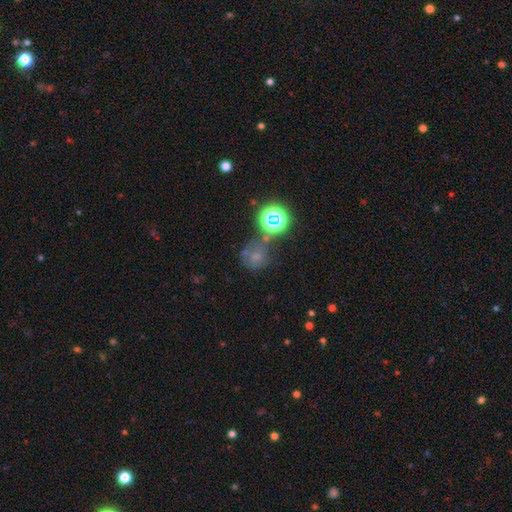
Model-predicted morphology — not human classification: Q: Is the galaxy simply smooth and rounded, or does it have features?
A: smooth — 47%.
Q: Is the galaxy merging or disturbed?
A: none — 48%.